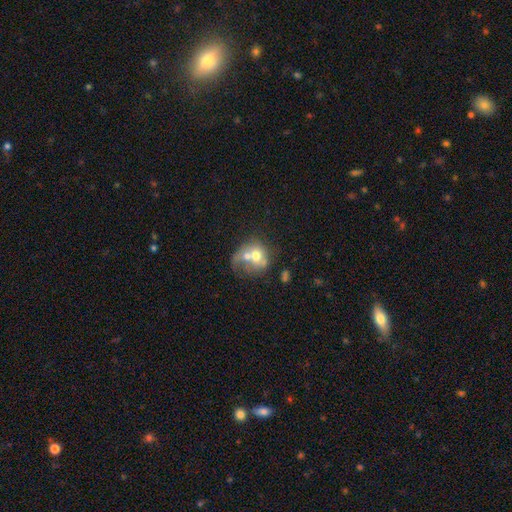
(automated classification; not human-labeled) This is possibly a smooth galaxy (54%). How rounded: likely round (60%). Merging: likely merger (62%).